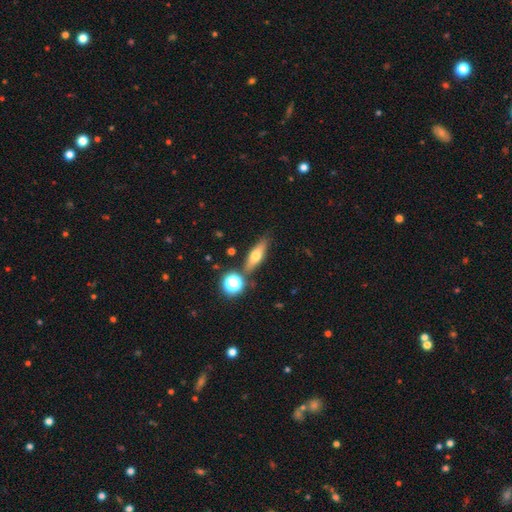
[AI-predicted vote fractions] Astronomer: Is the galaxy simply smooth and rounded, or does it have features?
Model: smooth — 50% (runner-up: featured or disk, 40%).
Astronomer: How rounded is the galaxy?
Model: cigar-shaped — 52% (runner-up: in between, 40%).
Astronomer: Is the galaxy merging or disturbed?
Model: none — 79%.